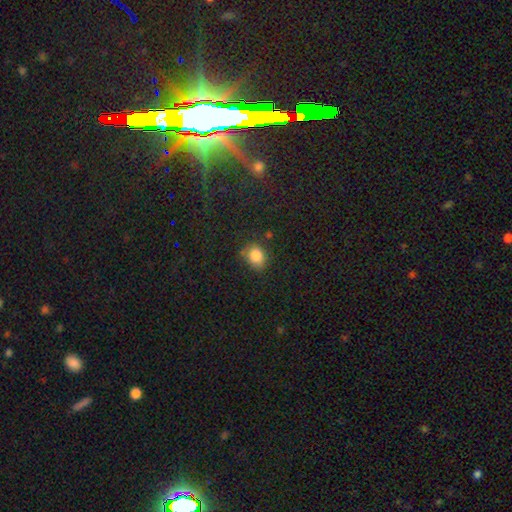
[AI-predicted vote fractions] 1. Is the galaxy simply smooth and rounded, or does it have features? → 83% smooth, 10% star or artifact, 6% featured or disk.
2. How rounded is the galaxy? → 50% in between, 49% round, 1% cigar-shaped.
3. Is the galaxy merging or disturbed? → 68% none, 23% minor disturbance, 5% major disturbance, 4% merger.